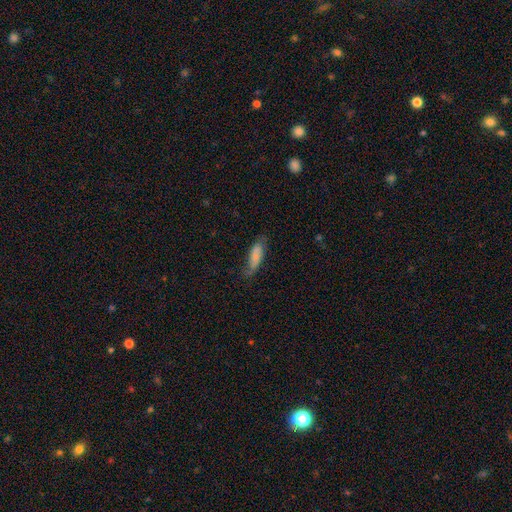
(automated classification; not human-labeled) This is likely a smooth galaxy (70%). How rounded: possibly in between (57%). Merging: likely none (61%).